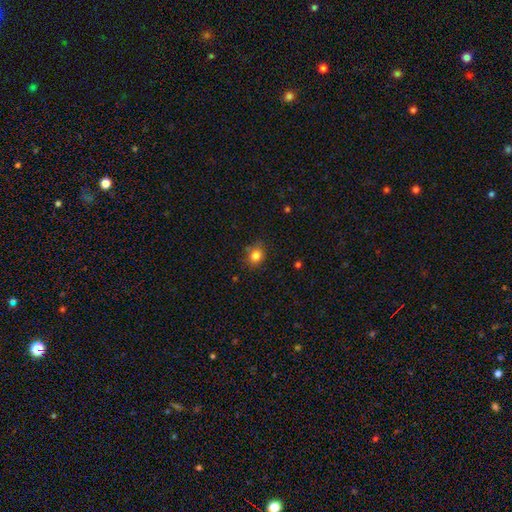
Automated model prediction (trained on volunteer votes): smooth 81%, star or artifact 12%, featured or disk 7%. Down the decision tree: how rounded — round (63%); merging — none (77%).